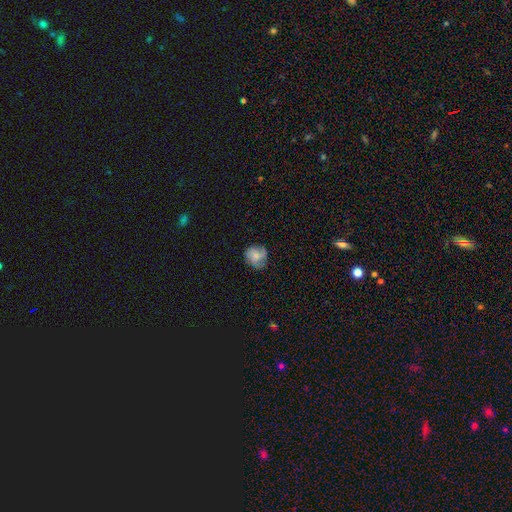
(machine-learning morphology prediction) Smooth or featured? Predicted: smooth (p=0.56). How rounded? Predicted: round (p=0.76). Merging? Predicted: none (p=0.66).